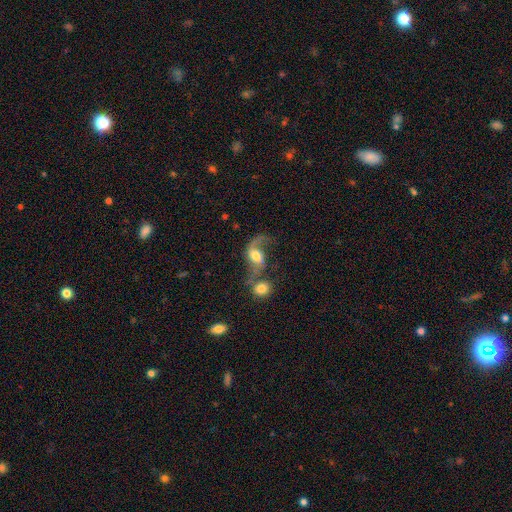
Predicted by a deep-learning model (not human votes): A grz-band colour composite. It shows a featured or disk galaxy (73%) with no bar (47%), 2 (77%) loose (80%) spiral arms (92%) and a moderate central bulge (53%). Merging: merger (35%).